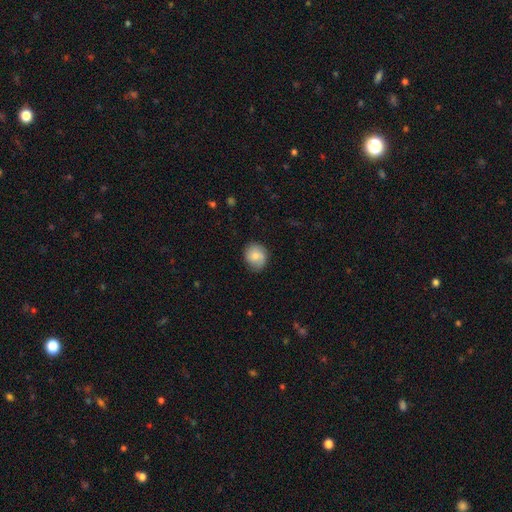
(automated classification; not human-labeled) This appears to be a smooth galaxy with no disk features (70%) that is round (73%). Merging: none (80%).